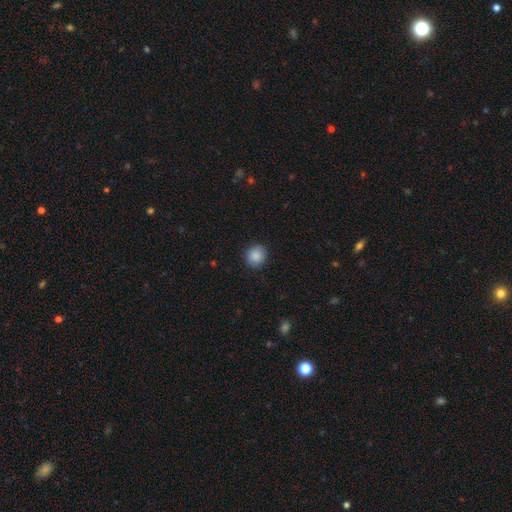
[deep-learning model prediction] smooth-or-featured: smooth: 88% | star or artifact: 8% | featured or disk: 4%
  how-rounded: round: 86% | in between: 13% | cigar-shaped: 1%
  merging: none: 88% | minor disturbance: 9% | major disturbance: 2% | merger: 1%